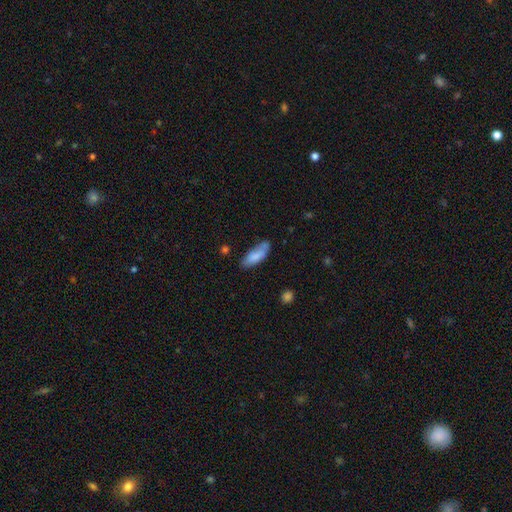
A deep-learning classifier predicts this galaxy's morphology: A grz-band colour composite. It shows a smooth galaxy with no disk features (79%) that is in between round and cigar-shaped (66%). Merging: none (59%).